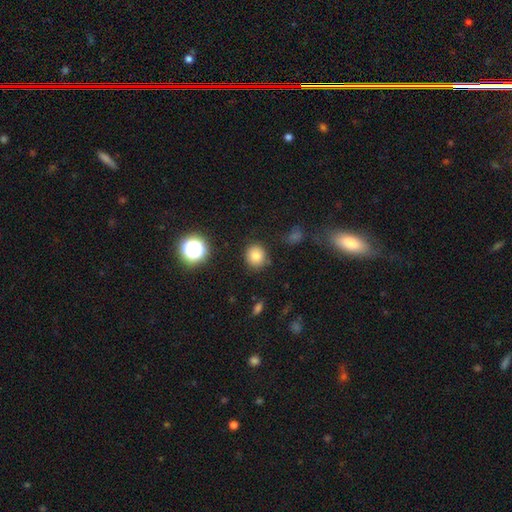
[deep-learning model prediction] The model was most divided on "smooth or featured": smooth: 80%, star or artifact: 13%, featured or disk: 7%. More confident: how rounded — round (87%); merging — none (86%).